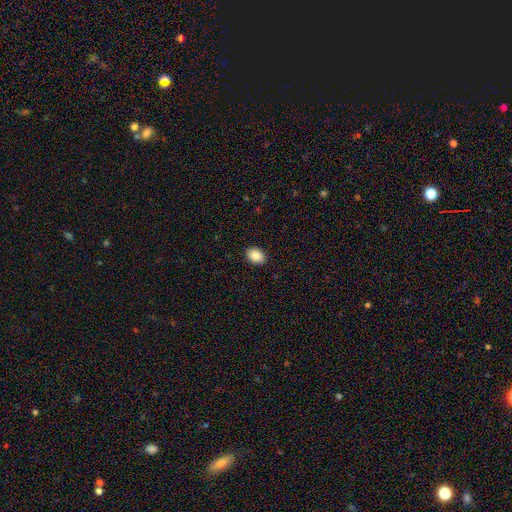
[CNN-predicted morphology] Smooth or featured: smooth — 89% (star or artifact — 8%)
How rounded: in between — 80% (round — 19%)
Merging: none — 90% (minor disturbance — 7%)